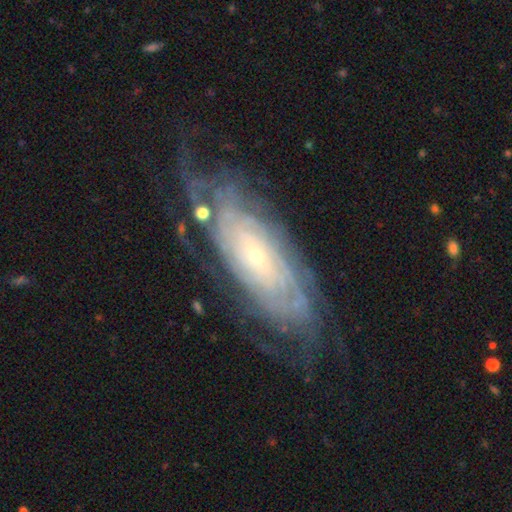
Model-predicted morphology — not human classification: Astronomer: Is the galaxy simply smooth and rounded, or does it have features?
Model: featured or disk — 82%.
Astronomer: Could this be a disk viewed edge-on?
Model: no — 90%.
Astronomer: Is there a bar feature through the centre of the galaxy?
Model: no — 72%.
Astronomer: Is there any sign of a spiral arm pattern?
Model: yes — 92%.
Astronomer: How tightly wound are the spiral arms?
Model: tight — 78%.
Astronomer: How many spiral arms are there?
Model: can't tell — 53%.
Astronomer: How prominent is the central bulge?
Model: small — 78%.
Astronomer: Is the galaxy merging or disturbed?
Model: none — 68%.